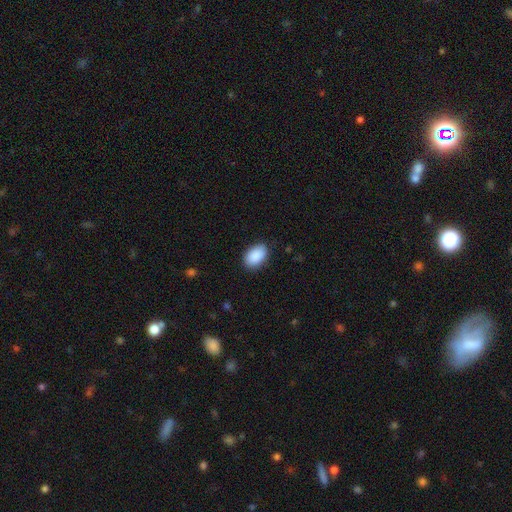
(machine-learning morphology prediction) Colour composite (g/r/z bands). It shows a smooth galaxy with no disk features (91%) that is in between round and cigar-shaped (91%). Merging: none (85%).